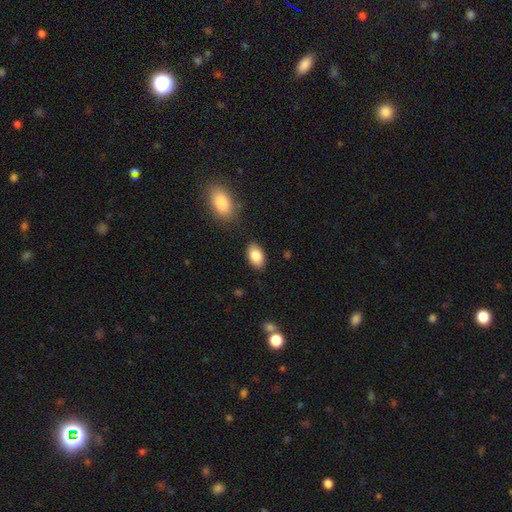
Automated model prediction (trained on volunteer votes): The model was most divided on "merging": none: 85%, minor disturbance: 11%, major disturbance: 2%, merger: 2%. More confident: how rounded — in between (91%); smooth or featured — smooth (86%).